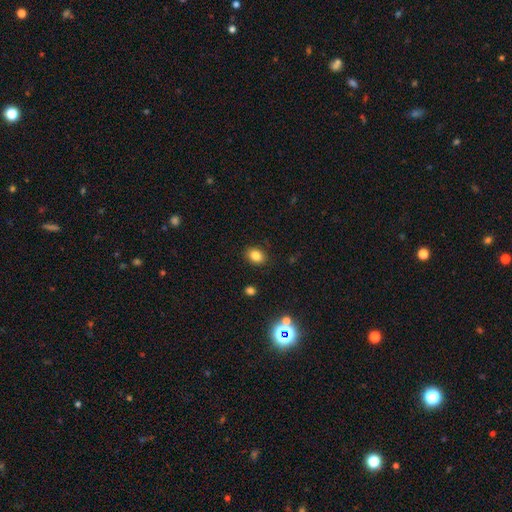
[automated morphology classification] Overall: smooth (82%). How rounded: in between (67%; round 32%). Merging: none (88%).